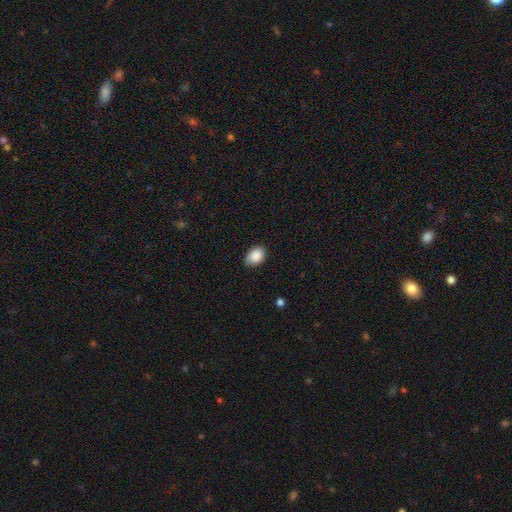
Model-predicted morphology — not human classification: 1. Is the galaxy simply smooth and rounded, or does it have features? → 88% smooth, 8% star or artifact, 5% featured or disk.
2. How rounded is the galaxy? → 75% in between, 24% round, 1% cigar-shaped.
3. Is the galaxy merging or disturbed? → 77% none, 19% minor disturbance, 3% major disturbance, 1% merger.